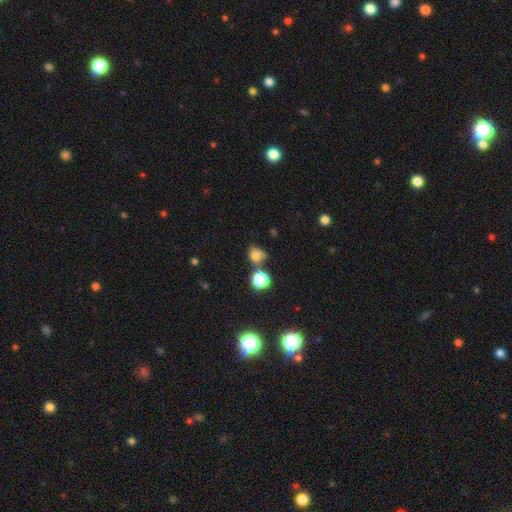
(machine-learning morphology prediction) A smooth galaxy with no disk features (73%) that is round (63%). Merging: none (57%).